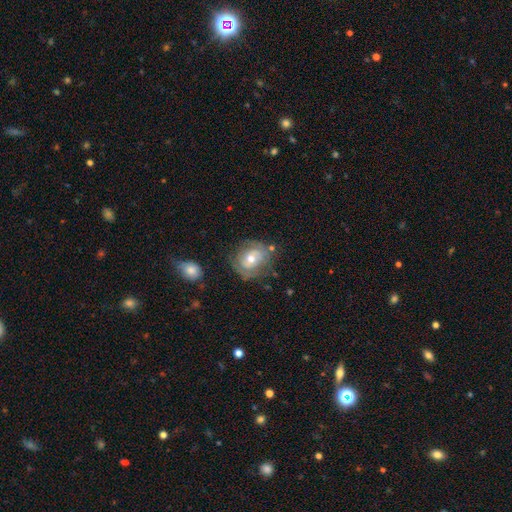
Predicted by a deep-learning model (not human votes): Morphology: type=featured or disk (60%); edge-on=no (96%); bar=no (69%); spiral arms=yes (67%); bulge=moderate (70%); merging=none (62%).